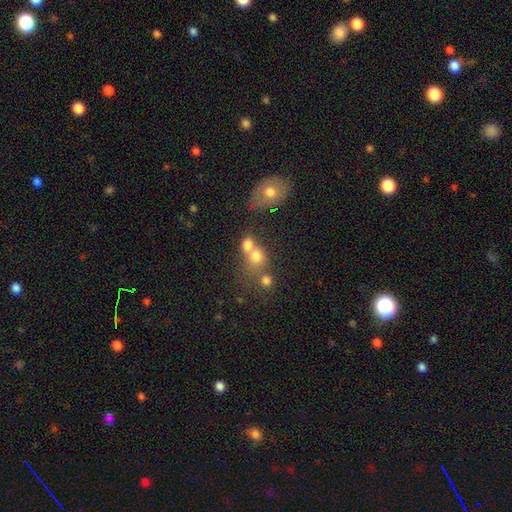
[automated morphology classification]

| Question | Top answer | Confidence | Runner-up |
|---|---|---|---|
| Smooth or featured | smooth | 72% | featured or disk (15%) |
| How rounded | round | 68% | in between (30%) |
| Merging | merger | 51% | none (35%) |